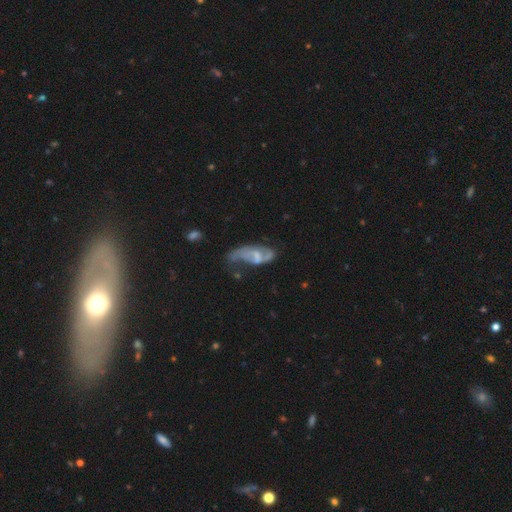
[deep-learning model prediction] This appears to be a featured or disk galaxy (62%) with no bar (50%), spiral arms (67%) and a small central bulge (41%). Merging: major disturbance (36%).